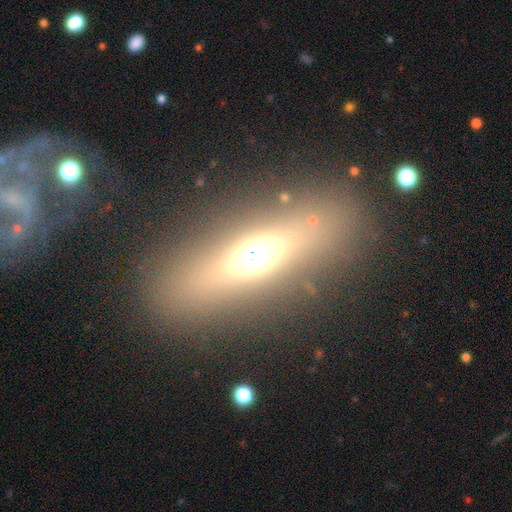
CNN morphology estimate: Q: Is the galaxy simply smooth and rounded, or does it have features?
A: smooth — 42%.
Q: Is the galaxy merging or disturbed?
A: none — 84%.